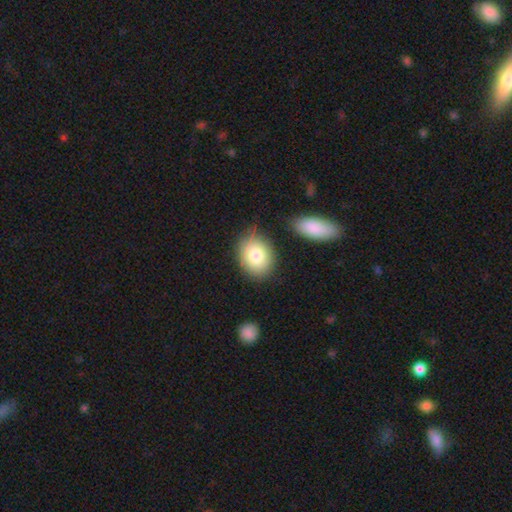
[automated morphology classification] smooth_or_featured: smooth (p=0.80) [alt: featured or disk p=0.12]
how_rounded: in between (p=0.54) [alt: round p=0.45]
merging: none (p=0.76) [alt: minor disturbance p=0.15]